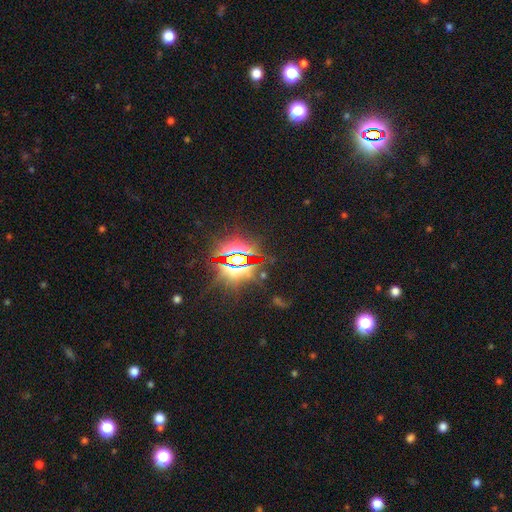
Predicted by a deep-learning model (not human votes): smooth_or_featured: star or artifact (p=0.85) [alt: smooth p=0.07]